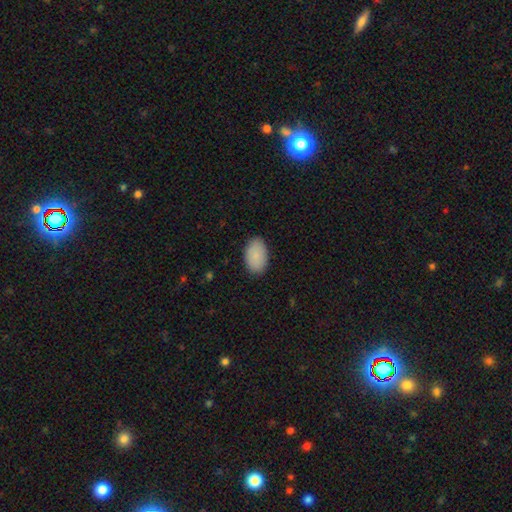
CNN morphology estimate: Smooth or featured? smooth (89%)
How rounded? in between (93%)
Merging? none (86%)